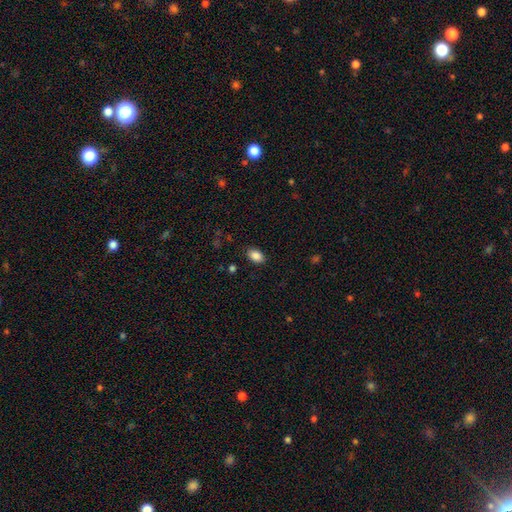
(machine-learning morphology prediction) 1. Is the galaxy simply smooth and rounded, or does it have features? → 87% smooth, 8% star or artifact, 4% featured or disk.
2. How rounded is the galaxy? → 87% in between, 11% round, 1% cigar-shaped.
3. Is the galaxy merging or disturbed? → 85% none, 11% minor disturbance, 3% major disturbance, 1% merger.